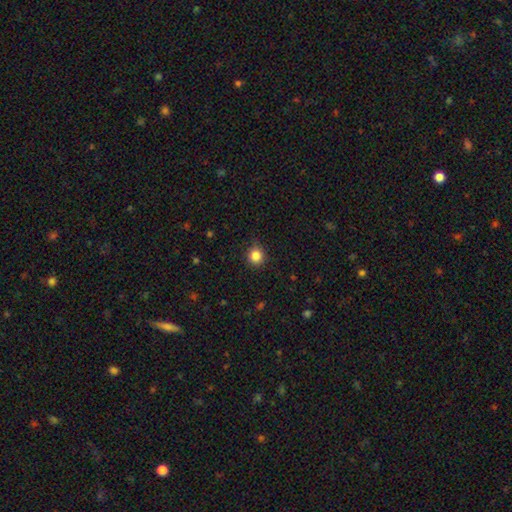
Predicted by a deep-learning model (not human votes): Smooth or featured?
  - smooth: 85% *
  - star or artifact: 11%
  - featured or disk: 4%
How rounded?
  - round: 89% *
  - in between: 10%
  - cigar-shaped: 1%
Merging?
  - none: 85% *
  - minor disturbance: 12%
  - major disturbance: 3%
  - merger: 1%